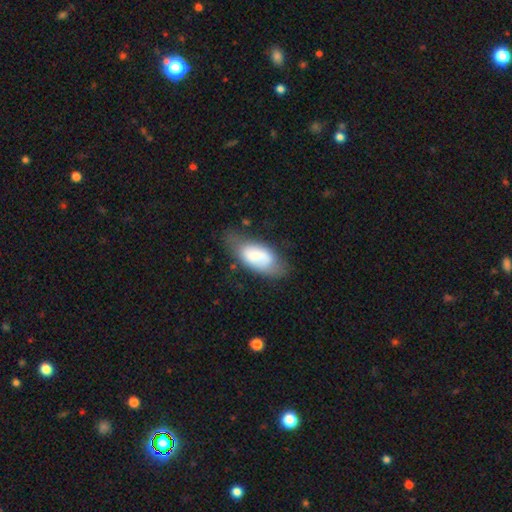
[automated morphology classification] smooth-or-featured: smooth: 61% | featured or disk: 32% | star or artifact: 7%
  how-rounded: in between: 90% | cigar-shaped: 7% | round: 3%
  merging: none: 56% | minor disturbance: 29% | major disturbance: 11% | merger: 4%